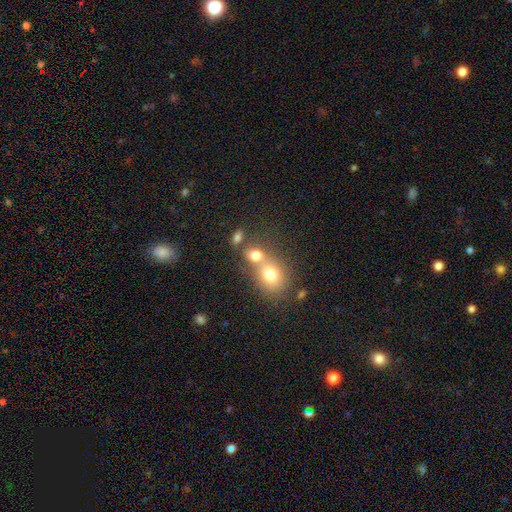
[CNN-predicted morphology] smooth_or_featured: smooth (p=0.75) [alt: star or artifact p=0.13]
how_rounded: round (p=0.52) [alt: in between p=0.46]
merging: merger (p=0.52) [alt: none p=0.35]